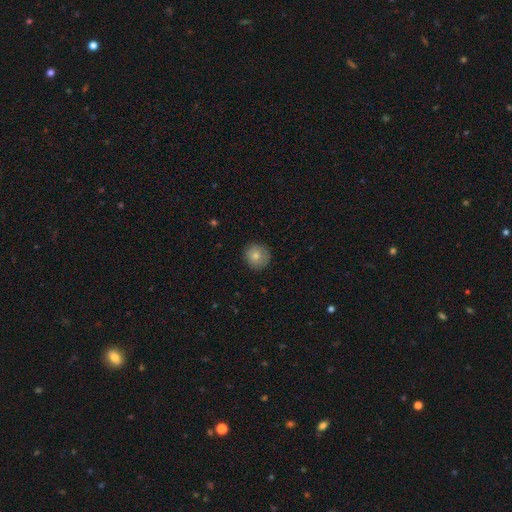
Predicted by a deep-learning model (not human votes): Q: Smooth or featured?
A: smooth (78%); runner-up: featured or disk (14%)
Q: How rounded?
A: round (92%); runner-up: in between (7%)
Q: Merging?
A: none (86%); runner-up: minor disturbance (11%)